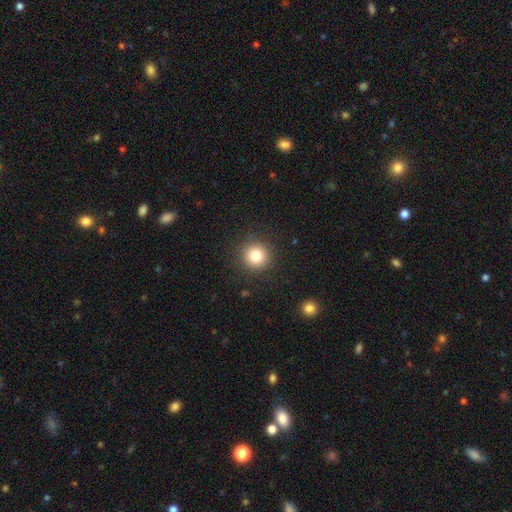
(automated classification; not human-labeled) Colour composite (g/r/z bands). It shows a smooth galaxy with no disk features (82%) that is round (94%). Merging: none (90%).